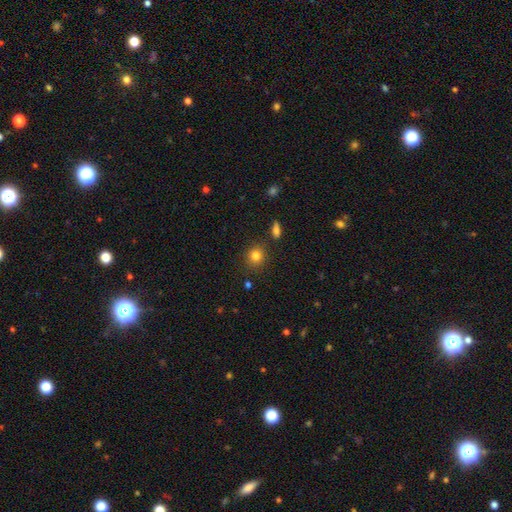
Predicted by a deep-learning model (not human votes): Morphology: type=smooth (82%); roundness=round (83%); merging=none (86%).